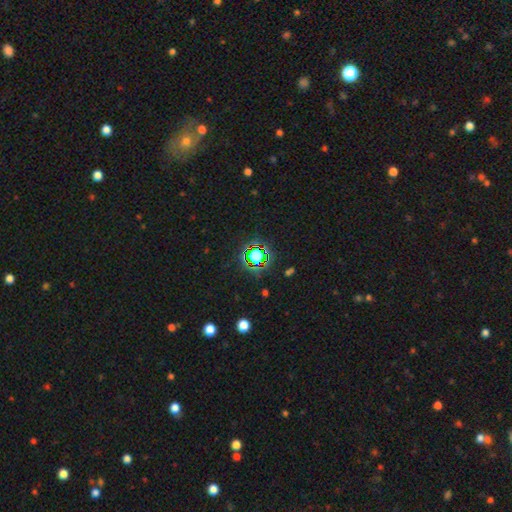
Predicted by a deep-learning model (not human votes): A star or artifact, not a galaxy (70%).